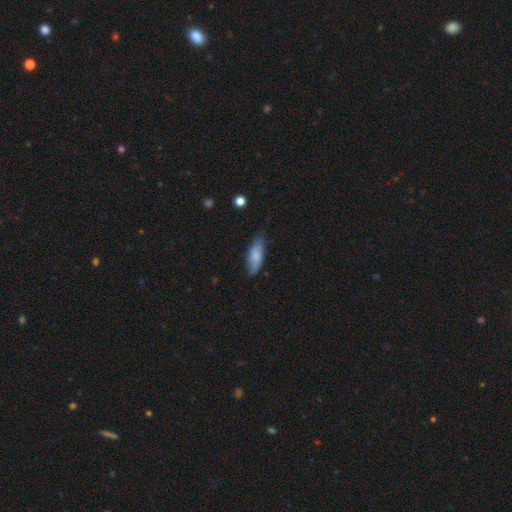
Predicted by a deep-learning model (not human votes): This appears to be a smooth galaxy with no disk features (76%) that is in between round and cigar-shaped (69%). Merging: none (66%).